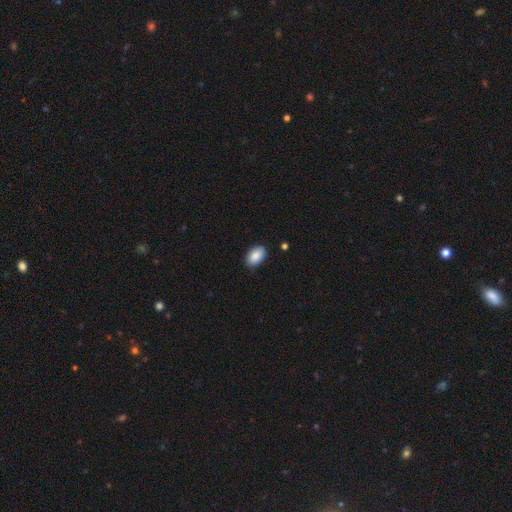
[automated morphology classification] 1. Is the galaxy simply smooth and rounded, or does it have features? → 89% smooth, 7% star or artifact, 4% featured or disk.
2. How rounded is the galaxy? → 91% in between, 8% round, 1% cigar-shaped.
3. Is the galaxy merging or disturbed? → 87% none, 10% minor disturbance, 2% major disturbance, 1% merger.